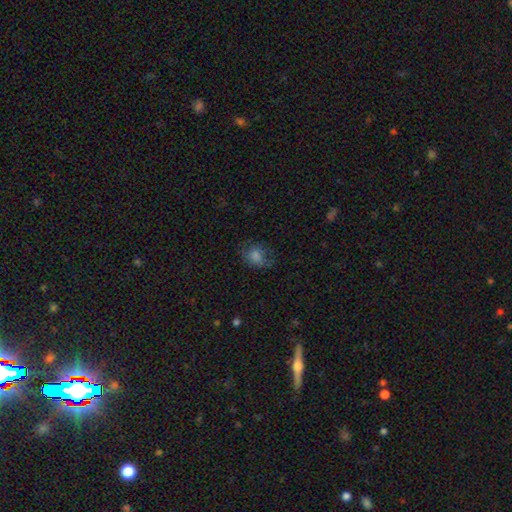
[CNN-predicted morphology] smooth 68%, star or artifact 16%, featured or disk 16%. Down the decision tree: how rounded — in between (51%); merging — none (60%).